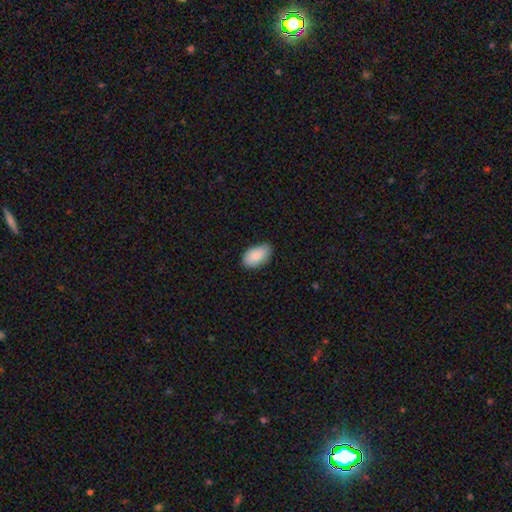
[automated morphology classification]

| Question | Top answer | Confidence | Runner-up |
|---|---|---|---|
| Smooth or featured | smooth | 87% | featured or disk (7%) |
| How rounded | in between | 94% | round (5%) |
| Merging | none | 78% | minor disturbance (19%) |